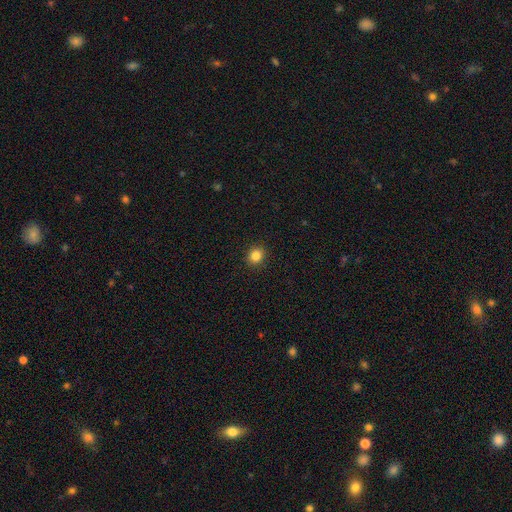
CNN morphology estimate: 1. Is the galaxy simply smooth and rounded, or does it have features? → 85% smooth, 11% star or artifact, 4% featured or disk.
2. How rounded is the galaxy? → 79% round, 20% in between, 1% cigar-shaped.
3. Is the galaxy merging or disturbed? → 92% none, 6% minor disturbance, 2% major disturbance, 1% merger.